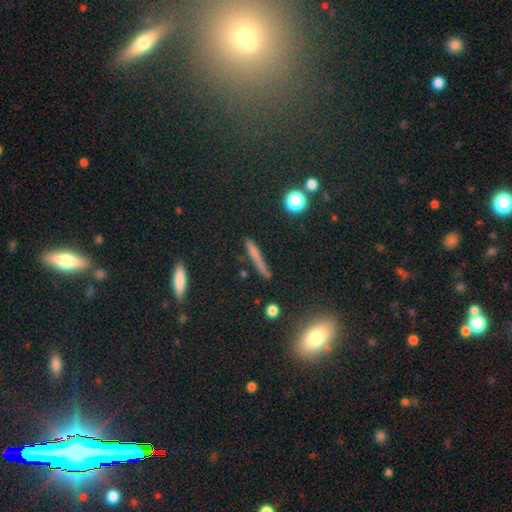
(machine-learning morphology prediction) Q: Smooth or featured?
A: smooth (59%); runner-up: featured or disk (26%)
Q: How rounded?
A: cigar-shaped (89%); runner-up: in between (6%)
Q: Merging?
A: none (84%); runner-up: minor disturbance (11%)